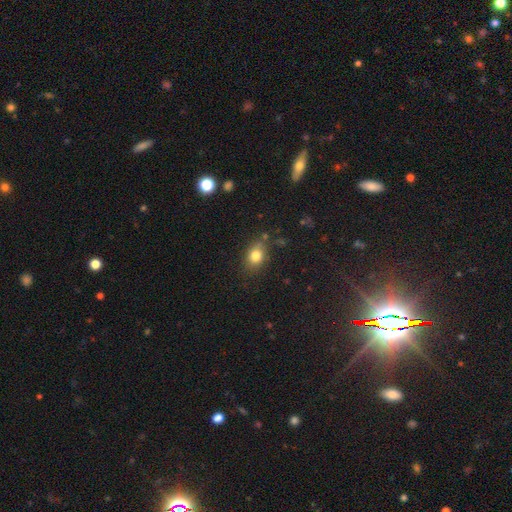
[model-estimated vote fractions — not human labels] smooth_or_featured: smooth (p=0.80) [alt: star or artifact p=0.11]
how_rounded: in between (p=0.57) [alt: round p=0.42]
merging: none (p=0.76) [alt: minor disturbance p=0.16]